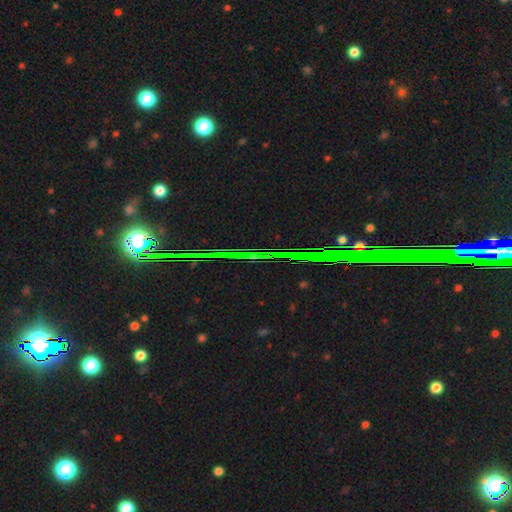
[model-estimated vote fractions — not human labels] Overall: star or artifact (83%).